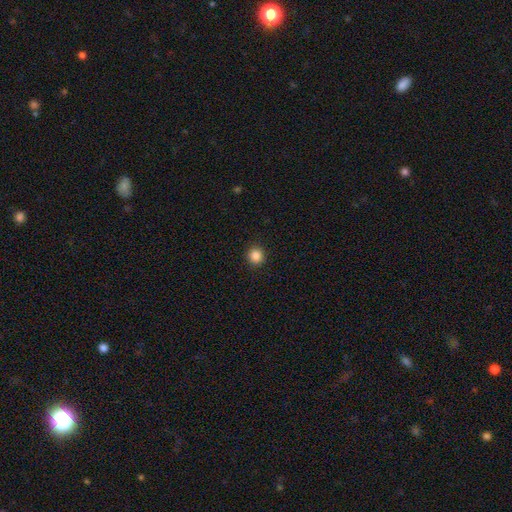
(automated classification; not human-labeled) smooth_or_featured: smooth (p=0.87) [alt: star or artifact p=0.10]
how_rounded: round (p=0.93) [alt: in between p=0.06]
merging: none (p=0.92) [alt: minor disturbance p=0.05]